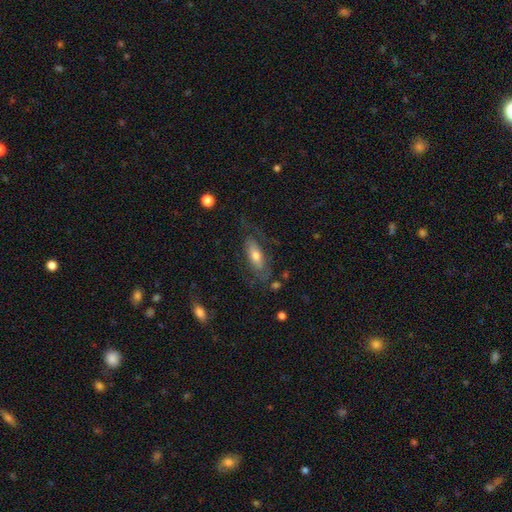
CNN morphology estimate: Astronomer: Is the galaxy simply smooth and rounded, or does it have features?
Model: featured or disk — 50% (runner-up: smooth, 43%).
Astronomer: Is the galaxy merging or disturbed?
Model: none — 60%.